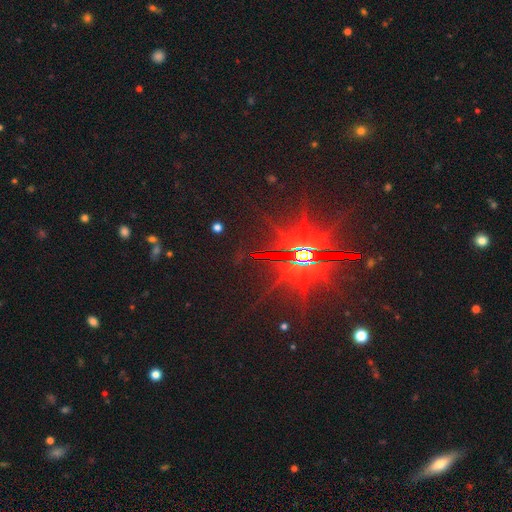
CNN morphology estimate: star or artifact 81%, featured or disk 13%, smooth 7%.